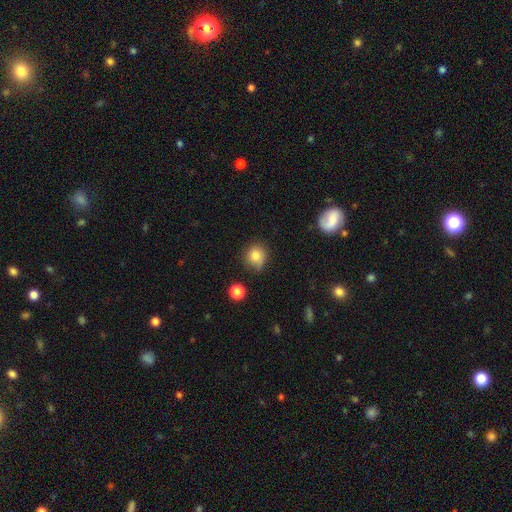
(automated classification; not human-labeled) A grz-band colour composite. It shows a smooth galaxy with no disk features (80%) that is round (87%). Merging: none (69%).